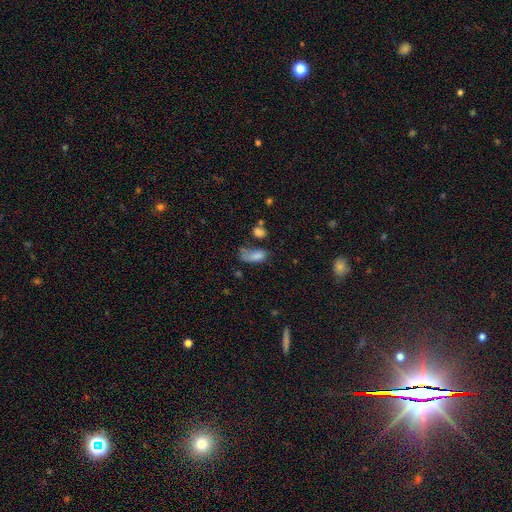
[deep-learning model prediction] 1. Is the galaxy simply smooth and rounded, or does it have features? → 75% smooth, 12% featured or disk, 12% star or artifact.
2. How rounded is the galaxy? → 86% in between, 8% cigar-shaped, 6% round.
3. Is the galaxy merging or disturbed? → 29% none, 28% major disturbance, 25% minor disturbance, 18% merger.